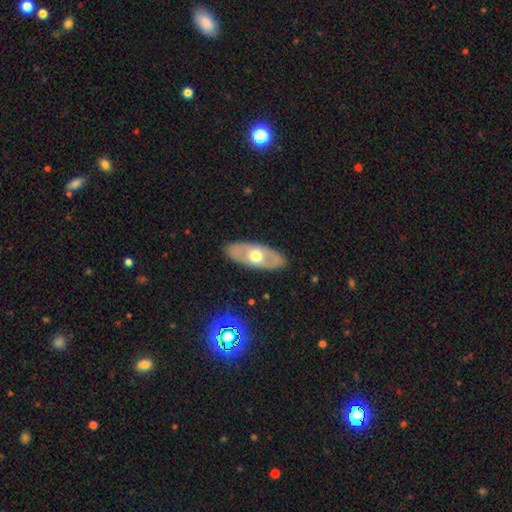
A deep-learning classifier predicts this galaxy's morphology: Overall: featured or disk (51%; smooth 44%). Edge-on disk: no (74%). Merging: none (87%).